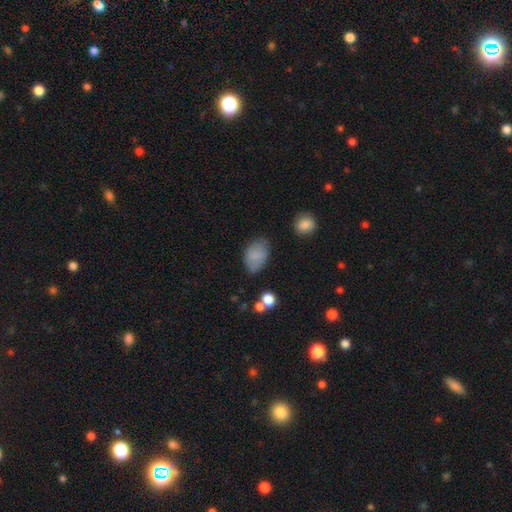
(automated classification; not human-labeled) Q: Smooth or featured?
A: smooth (81%); runner-up: featured or disk (10%)
Q: How rounded?
A: in between (88%); runner-up: round (10%)
Q: Merging?
A: none (66%); runner-up: minor disturbance (24%)